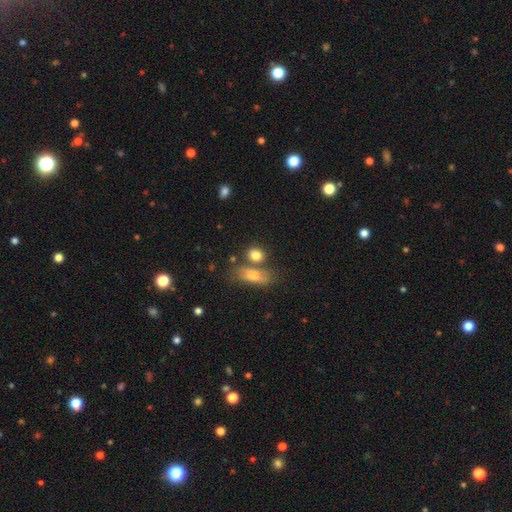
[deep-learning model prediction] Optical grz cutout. It shows a smooth galaxy with no disk features (81%) that is in between round and cigar-shaped (51%). Merging: none (57%).